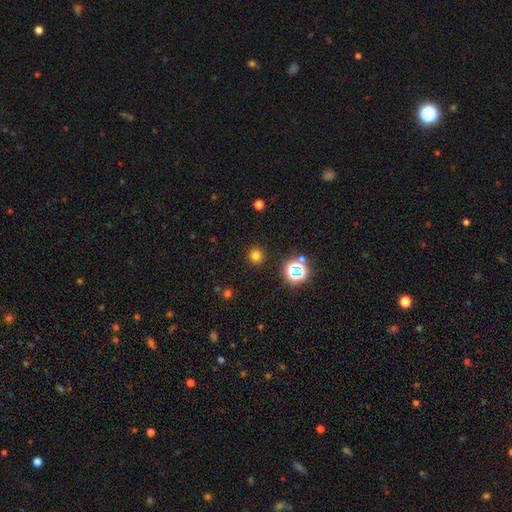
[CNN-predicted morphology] This is likely a smooth galaxy (74%). How rounded: clearly round (93%). Merging: clearly none (91%).